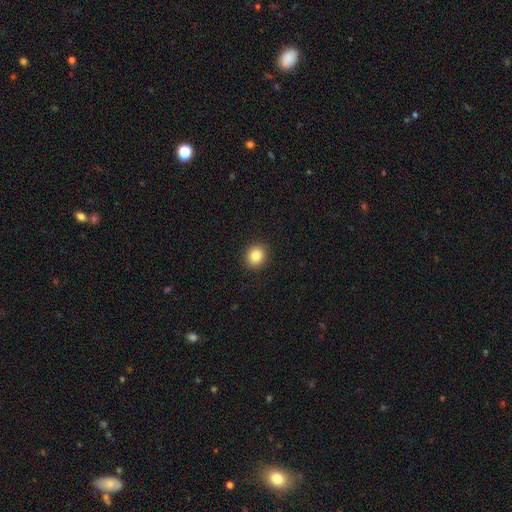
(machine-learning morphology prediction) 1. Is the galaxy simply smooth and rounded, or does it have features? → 85% smooth, 10% star or artifact, 5% featured or disk.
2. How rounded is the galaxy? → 85% round, 14% in between, 1% cigar-shaped.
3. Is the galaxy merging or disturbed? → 92% none, 5% minor disturbance, 2% major disturbance, 1% merger.